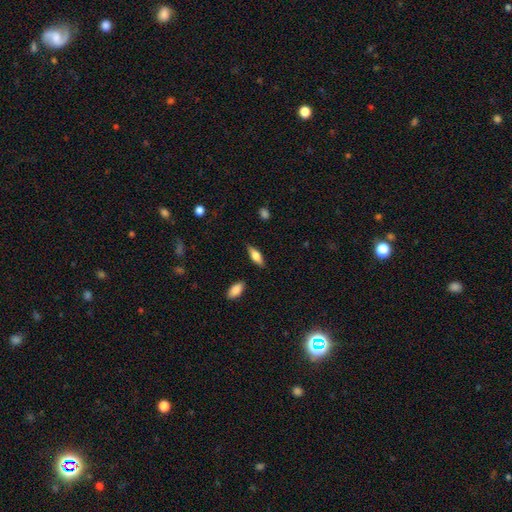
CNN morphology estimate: Smooth or featured? Predicted: smooth (p=0.60). How rounded? Predicted: in between (p=0.63). Merging? Predicted: none (p=0.84).